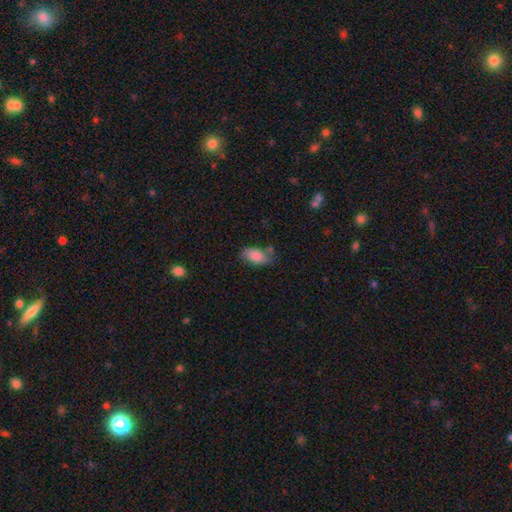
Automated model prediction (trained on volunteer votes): Smooth or featured?
  - smooth: 82% *
  - featured or disk: 10%
  - star or artifact: 7%
How rounded?
  - in between: 91% *
  - round: 4%
  - cigar-shaped: 4%
Merging?
  - none: 59% *
  - minor disturbance: 26%
  - merger: 8%
  - major disturbance: 7%